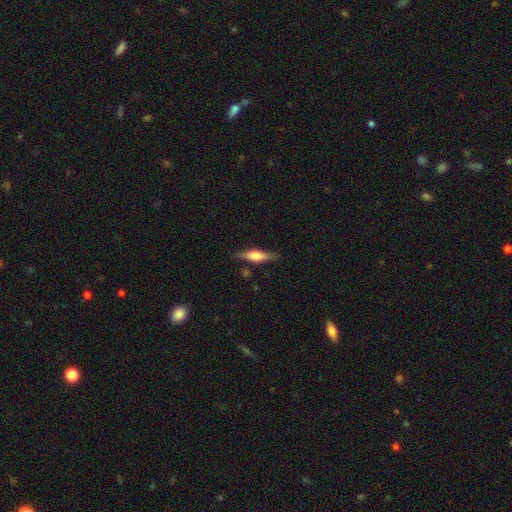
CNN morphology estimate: This is possibly a featured or disk galaxy (55%). It is clearly viewed edge-on (94%). Edge-on bulge: clearly rounded (82%). Merging: clearly none (83%).